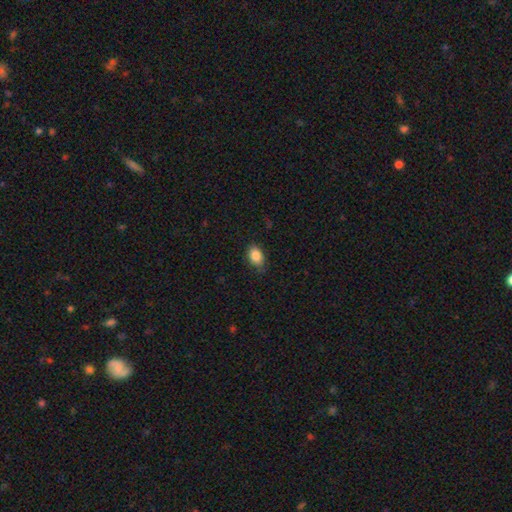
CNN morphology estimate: Smooth or featured?
  - smooth: 86% *
  - star or artifact: 8%
  - featured or disk: 6%
How rounded?
  - in between: 83% *
  - round: 15%
  - cigar-shaped: 2%
Merging?
  - none: 76% *
  - minor disturbance: 19%
  - major disturbance: 3%
  - merger: 1%